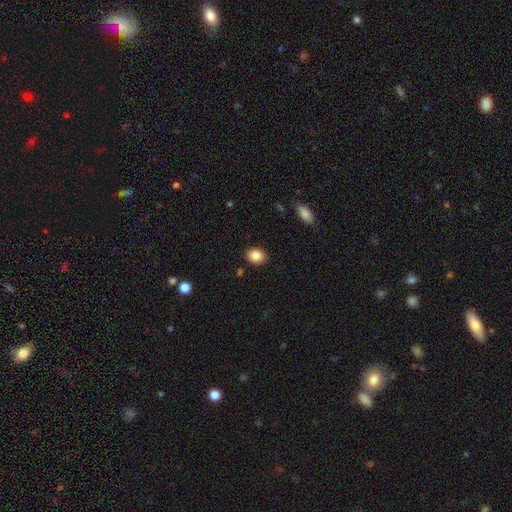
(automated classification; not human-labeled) Smooth or featured? smooth (86%)
How rounded? in between (62%)
Merging? none (88%)